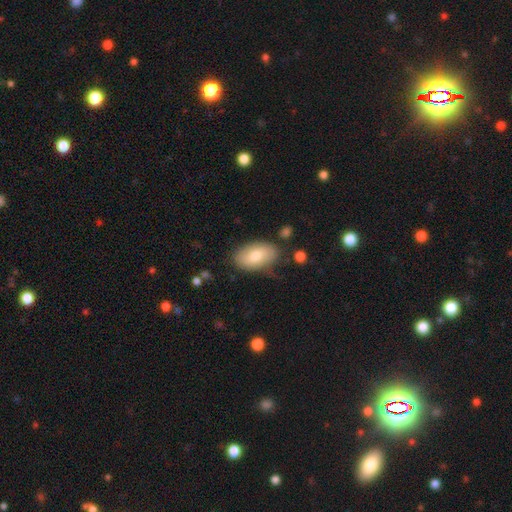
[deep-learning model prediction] Overall: smooth (75%). How rounded: in between (94%). Merging: none (77%).